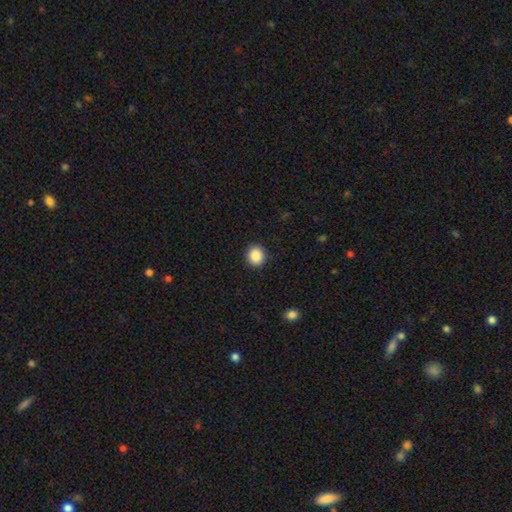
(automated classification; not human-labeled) Smooth or featured: smooth — 89% (star or artifact — 9%)
How rounded: round — 80% (in between — 19%)
Merging: none — 90% (minor disturbance — 6%)